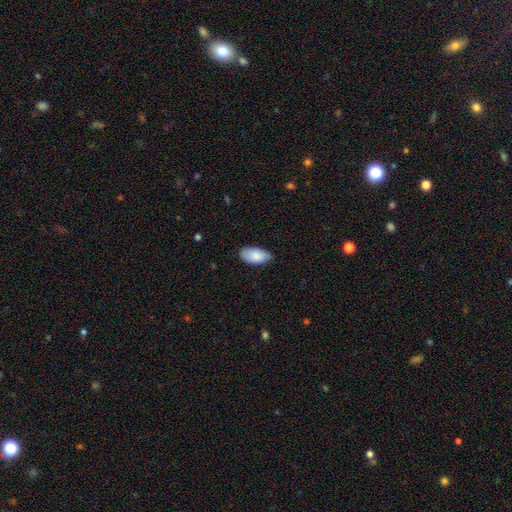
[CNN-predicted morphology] This appears to be a smooth galaxy with no disk features (86%) that is in between round and cigar-shaped (95%). Merging: none (75%).